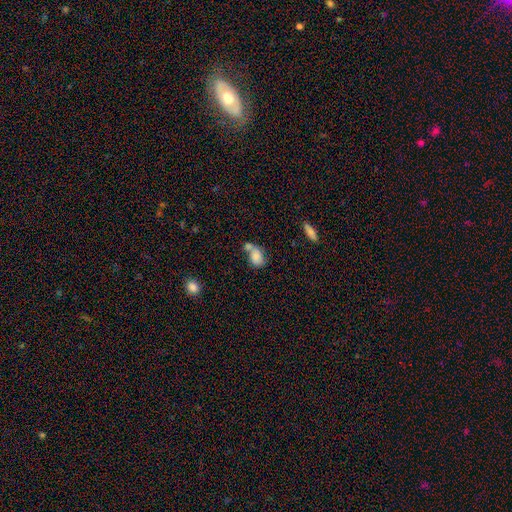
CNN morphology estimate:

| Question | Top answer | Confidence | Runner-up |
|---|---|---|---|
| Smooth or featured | smooth | 79% | featured or disk (13%) |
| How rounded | in between | 77% | round (22%) |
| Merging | merger | 48% | none (31%) |